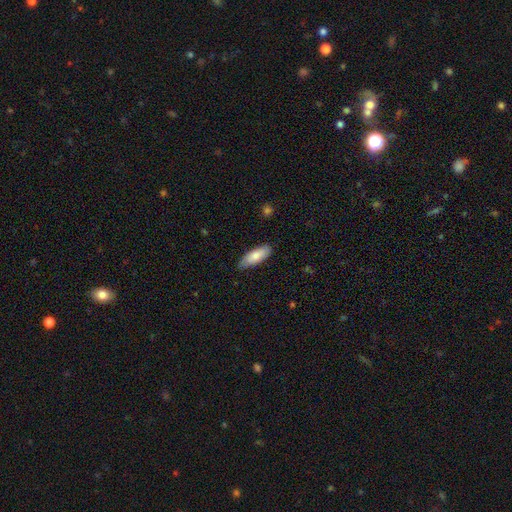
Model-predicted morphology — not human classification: smooth-or-featured: smooth: 77% | featured or disk: 18% | star or artifact: 6%
  how-rounded: in between: 70% | cigar-shaped: 28% | round: 2%
  merging: none: 80% | minor disturbance: 16% | major disturbance: 2% | merger: 1%